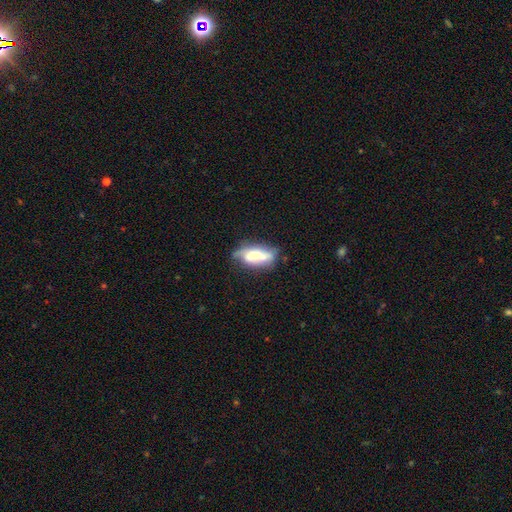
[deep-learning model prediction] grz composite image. It shows a smooth galaxy with no disk features (52%) that is in between round and cigar-shaped (75%). Merging: none (42%).